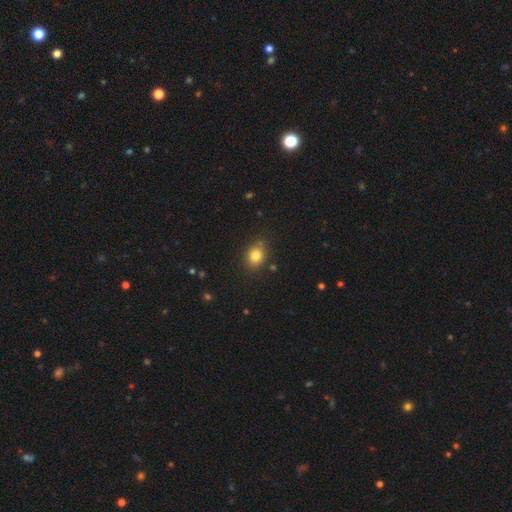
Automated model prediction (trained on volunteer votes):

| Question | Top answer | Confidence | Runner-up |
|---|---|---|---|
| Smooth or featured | smooth | 82% | star or artifact (11%) |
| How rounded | round | 53% | in between (46%) |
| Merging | none | 82% | minor disturbance (13%) |